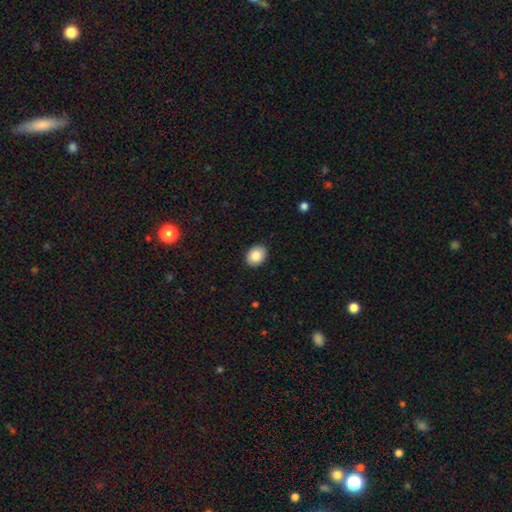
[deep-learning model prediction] Smooth or featured? Predicted: smooth (p=0.85). How rounded? Predicted: in between (p=0.60). Merging? Predicted: none (p=0.90).